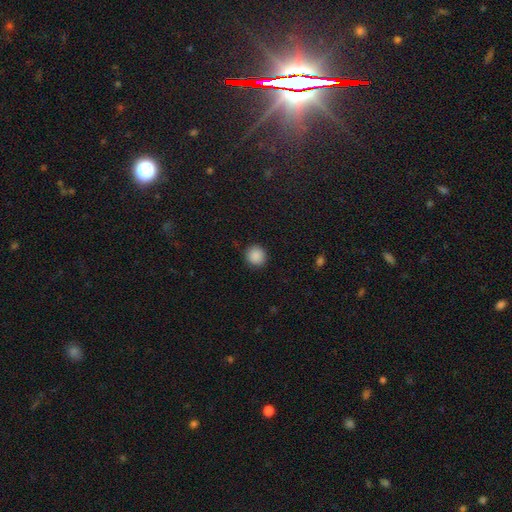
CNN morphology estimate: smooth-or-featured: smooth: 89% | star or artifact: 9% | featured or disk: 3%
  how-rounded: round: 93% | in between: 6% | cigar-shaped: 1%
  merging: none: 91% | minor disturbance: 6% | major disturbance: 2% | merger: 1%